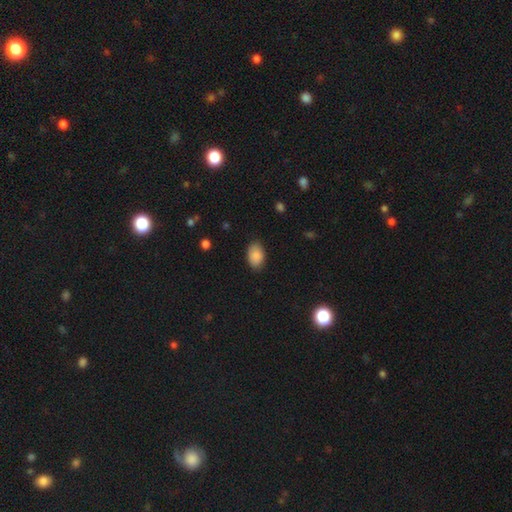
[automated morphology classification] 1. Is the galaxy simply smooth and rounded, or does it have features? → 88% smooth, 7% star or artifact, 5% featured or disk.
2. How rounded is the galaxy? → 88% in between, 11% round, 1% cigar-shaped.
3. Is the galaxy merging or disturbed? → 83% none, 13% minor disturbance, 3% major disturbance, 1% merger.